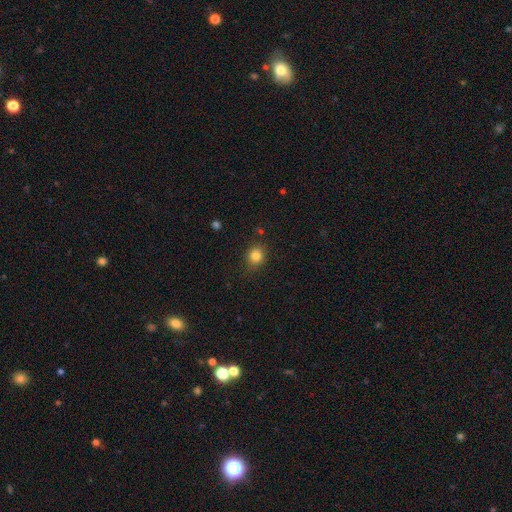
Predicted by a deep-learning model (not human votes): A smooth galaxy with no disk features (82%) that is round (79%). Merging: none (85%).